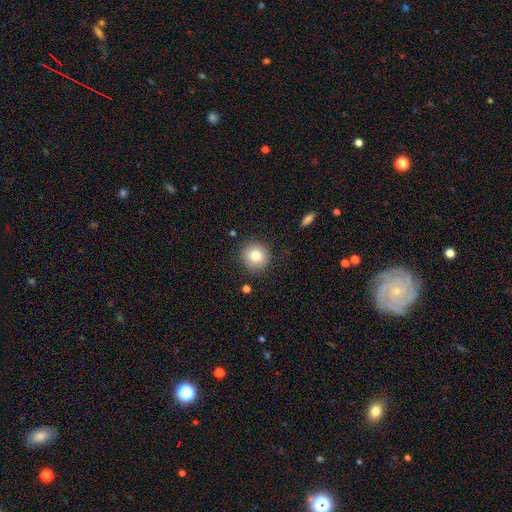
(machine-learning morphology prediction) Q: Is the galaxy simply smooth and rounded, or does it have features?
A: smooth — 81%.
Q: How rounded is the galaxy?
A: round — 91%.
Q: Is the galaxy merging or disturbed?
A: none — 87%.